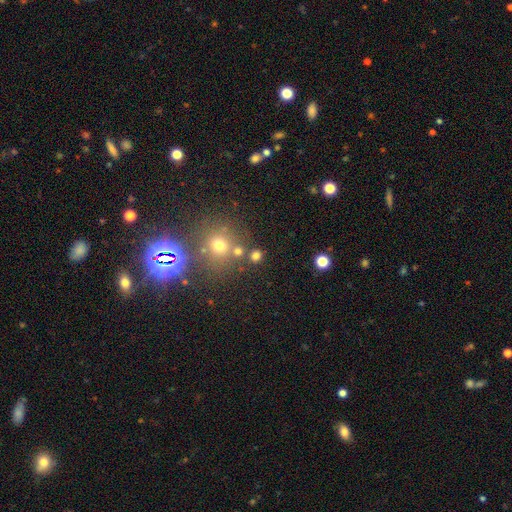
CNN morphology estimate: This appears to be a smooth galaxy with no disk features (71%) that is round (88%). Merging: none (76%).